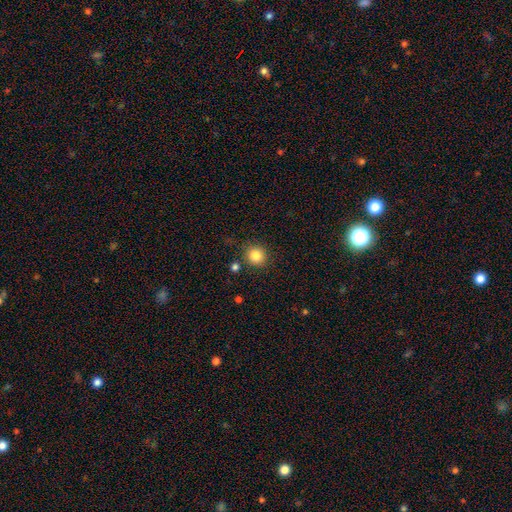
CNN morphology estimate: Overall: smooth (84%). How rounded: round (90%). Merging: none (86%).